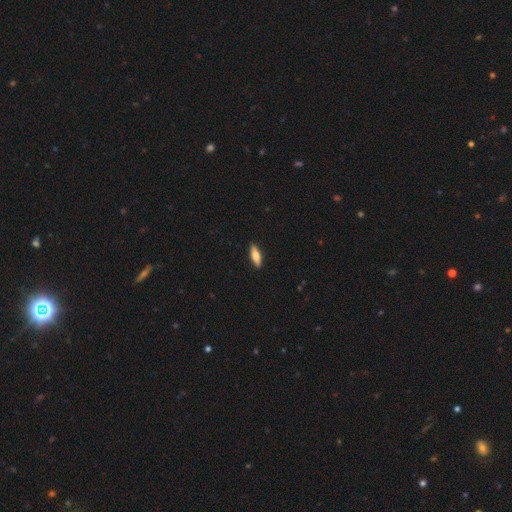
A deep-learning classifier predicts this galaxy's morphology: type=smooth (71%); roundness=in between (54%); merging=none (90%).